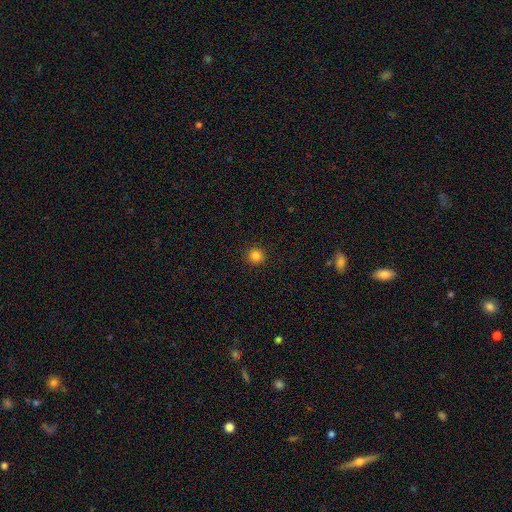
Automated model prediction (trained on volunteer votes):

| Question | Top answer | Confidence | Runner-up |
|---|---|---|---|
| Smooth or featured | smooth | 84% | star or artifact (12%) |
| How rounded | round | 95% | in between (4%) |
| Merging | none | 93% | minor disturbance (5%) |